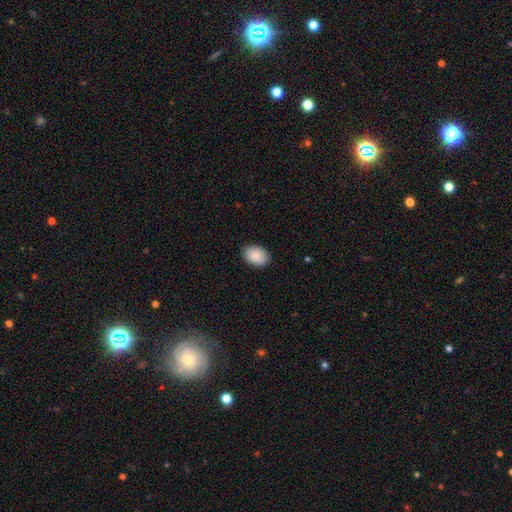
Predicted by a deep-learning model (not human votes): Smooth or featured?
  - smooth: 88% *
  - star or artifact: 7%
  - featured or disk: 5%
How rounded?
  - in between: 83% *
  - round: 16%
  - cigar-shaped: 1%
Merging?
  - none: 89% *
  - minor disturbance: 9%
  - major disturbance: 2%
  - merger: 1%